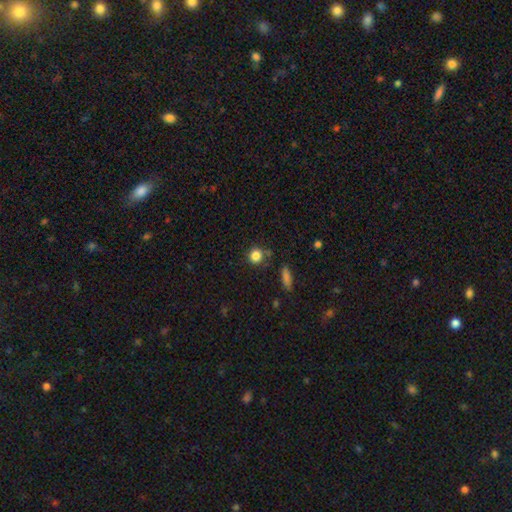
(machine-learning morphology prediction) The model was most divided on "merging": none: 77%, minor disturbance: 13%, merger: 7%, major disturbance: 4%. More confident: how rounded — round (88%); smooth or featured — smooth (84%).